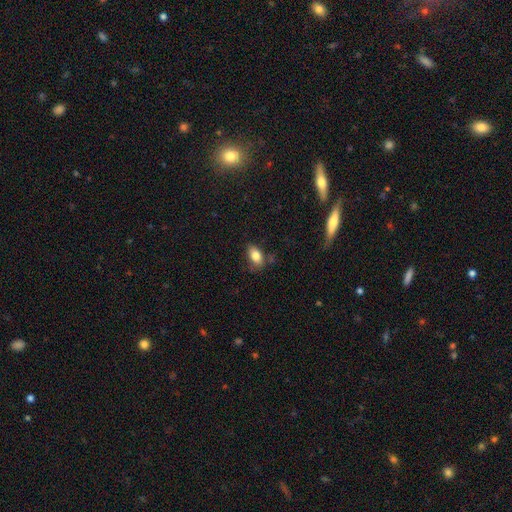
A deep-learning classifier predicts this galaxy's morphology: This appears to be a smooth galaxy with no disk features (81%) that is in between round and cigar-shaped (88%). Merging: none (71%).